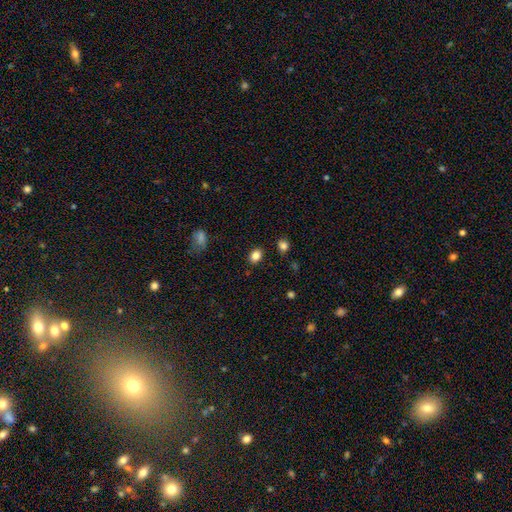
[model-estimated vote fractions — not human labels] Overall: smooth (84%). How rounded: in between (70%). Merging: none (85%).